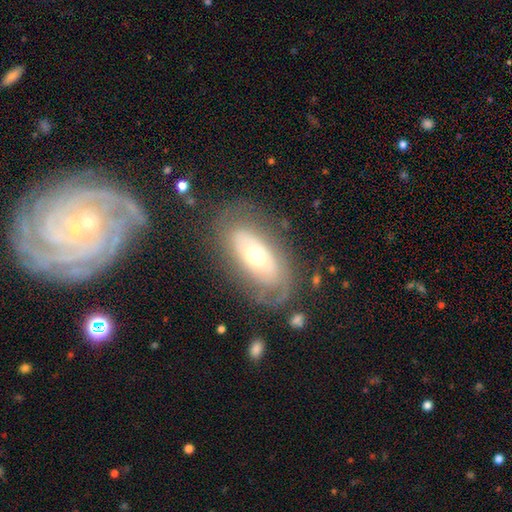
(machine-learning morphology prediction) featured or disk 63%, smooth 30%, star or artifact 7%. Down the decision tree: edge-on disk — no (88%); bar — no (80%); spiral arms — yes (52%); bulge size — moderate (68%); merging — none (69%).